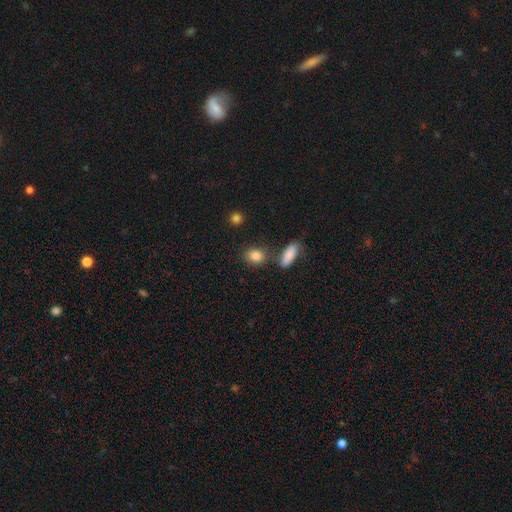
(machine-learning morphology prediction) type=smooth (85%); roundness=in between (55%); merging=none (72%).